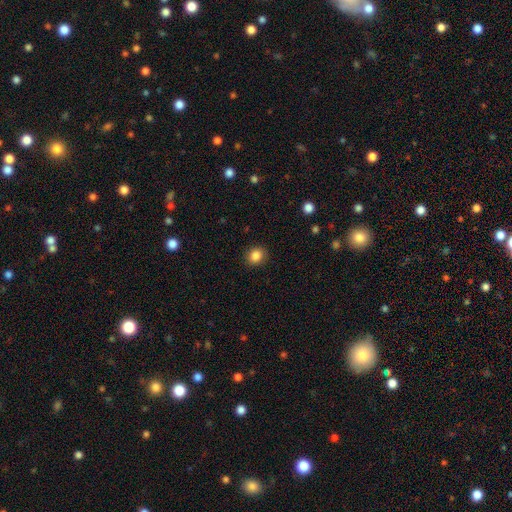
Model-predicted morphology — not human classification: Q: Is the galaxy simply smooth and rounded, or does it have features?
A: smooth — 86%.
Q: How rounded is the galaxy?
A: round — 75%.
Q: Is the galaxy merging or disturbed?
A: none — 89%.